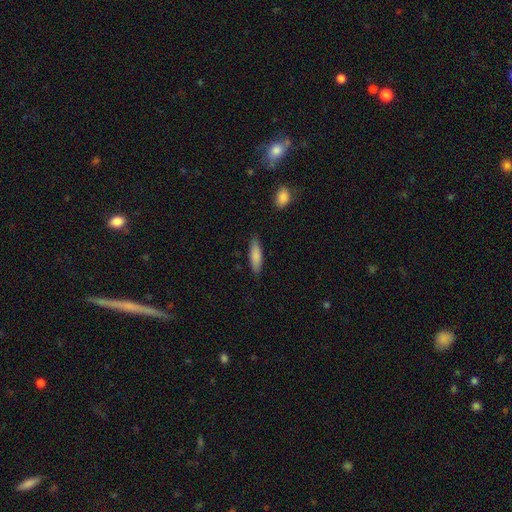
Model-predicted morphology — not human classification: Q: Smooth or featured?
A: smooth (82%); runner-up: featured or disk (12%)
Q: How rounded?
A: cigar-shaped (63%); runner-up: in between (35%)
Q: Merging?
A: none (85%); runner-up: minor disturbance (11%)